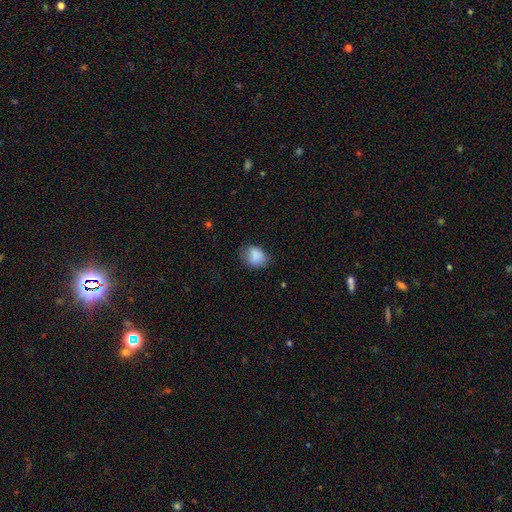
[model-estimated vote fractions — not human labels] Smooth or featured? smooth (84%)
How rounded? in between (66%)
Merging? none (61%)